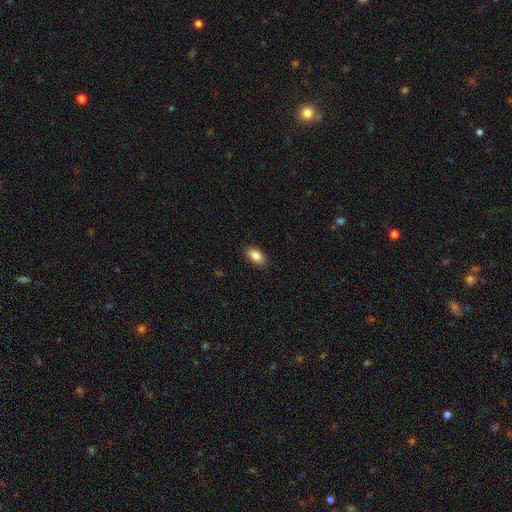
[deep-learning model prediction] smooth_or_featured: smooth (p=0.87) [alt: star or artifact p=0.07]
how_rounded: in between (p=0.93) [alt: round p=0.04]
merging: none (p=0.88) [alt: minor disturbance p=0.09]